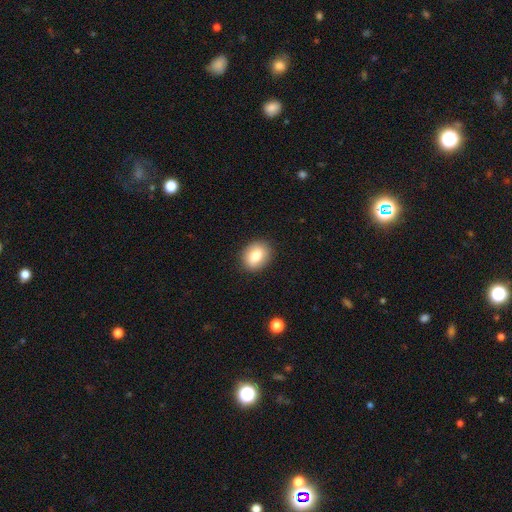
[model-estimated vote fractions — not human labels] smooth 81%, featured or disk 11%, star or artifact 8%. Down the decision tree: how rounded — in between (60%); merging — none (88%).